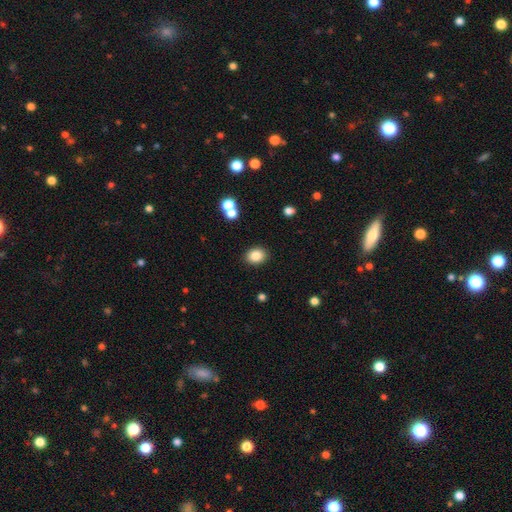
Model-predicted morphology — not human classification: This is clearly a smooth galaxy (85%). How rounded: possibly in between (50%). Merging: clearly none (88%).